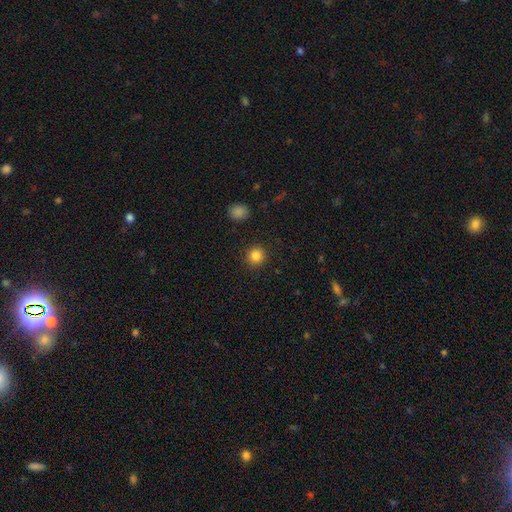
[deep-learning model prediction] smooth-or-featured: smooth: 85% | star or artifact: 11% | featured or disk: 4%
  how-rounded: round: 93% | in between: 6% | cigar-shaped: 1%
  merging: none: 92% | minor disturbance: 5% | major disturbance: 2% | merger: 1%